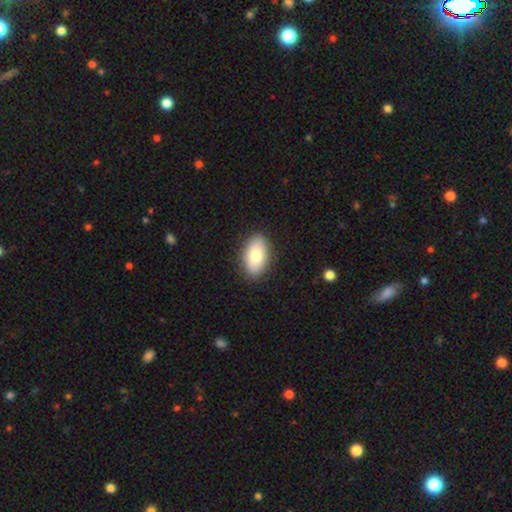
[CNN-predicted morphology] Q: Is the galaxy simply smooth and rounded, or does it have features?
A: smooth — 83%.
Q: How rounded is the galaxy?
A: in between — 93%.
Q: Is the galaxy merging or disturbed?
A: none — 88%.